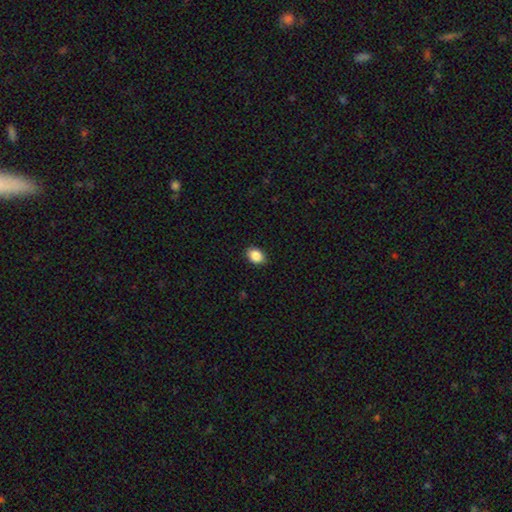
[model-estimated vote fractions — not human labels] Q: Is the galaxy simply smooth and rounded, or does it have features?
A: smooth — 88%.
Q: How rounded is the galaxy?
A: in between — 69%.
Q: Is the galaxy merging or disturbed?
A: none — 88%.